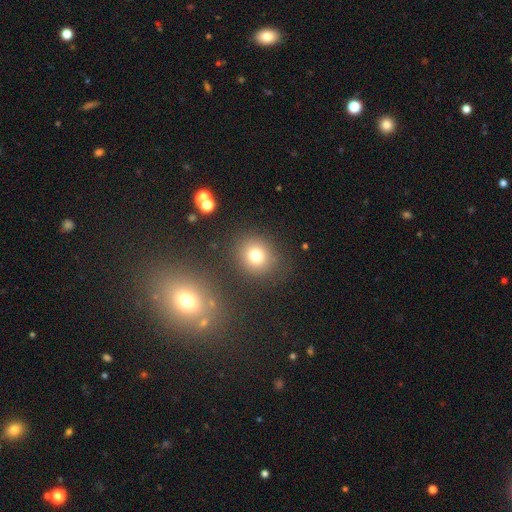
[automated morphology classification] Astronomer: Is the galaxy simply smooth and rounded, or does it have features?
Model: smooth — 76%.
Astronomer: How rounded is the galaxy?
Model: round — 83%.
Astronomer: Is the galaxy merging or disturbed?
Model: none — 84%.